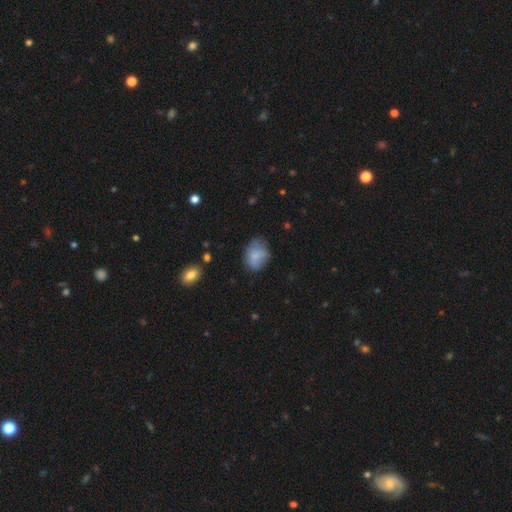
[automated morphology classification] This appears to be a smooth galaxy with no disk features (77%) that is in between round and cigar-shaped (58%). Merging: none (61%).